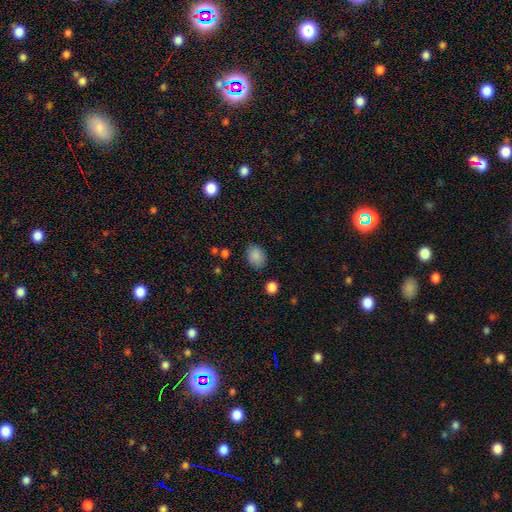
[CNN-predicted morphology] A smooth galaxy with no disk features (86%) that is in between round and cigar-shaped (64%).

Vote fractions:
- Smooth or featured? smooth: 86% / star or artifact: 9% / featured or disk: 5%
- How rounded? in between: 64% / round: 35% / cigar-shaped: 1%
- Merging? none: 79% / minor disturbance: 15% / major disturbance: 4% / merger: 2%